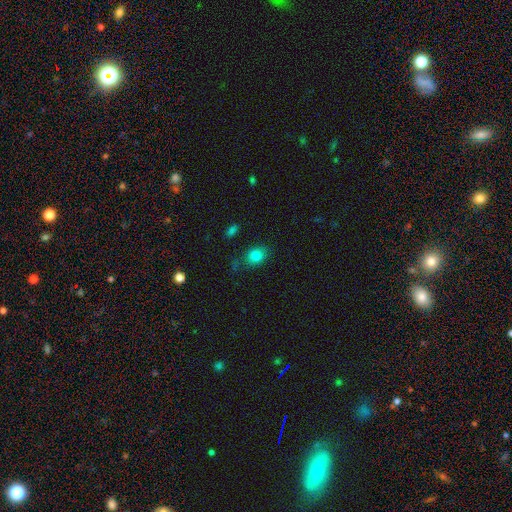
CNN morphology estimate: Smooth or featured? smooth (81%)
How rounded? in between (60%)
Merging? none (76%)